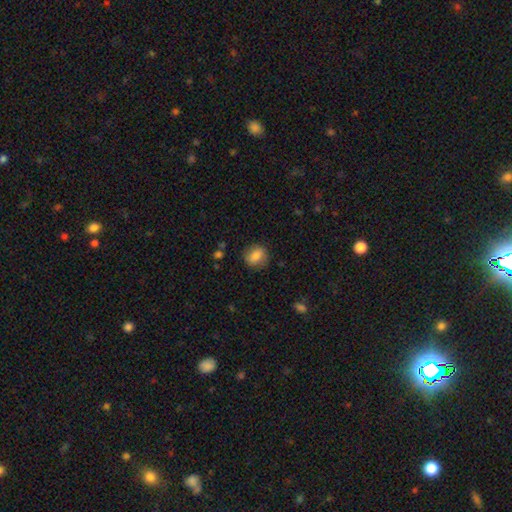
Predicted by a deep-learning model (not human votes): smooth_or_featured: smooth (p=0.79) [alt: featured or disk p=0.12]
how_rounded: round (p=0.65) [alt: in between p=0.33]
merging: none (p=0.82) [alt: minor disturbance p=0.13]